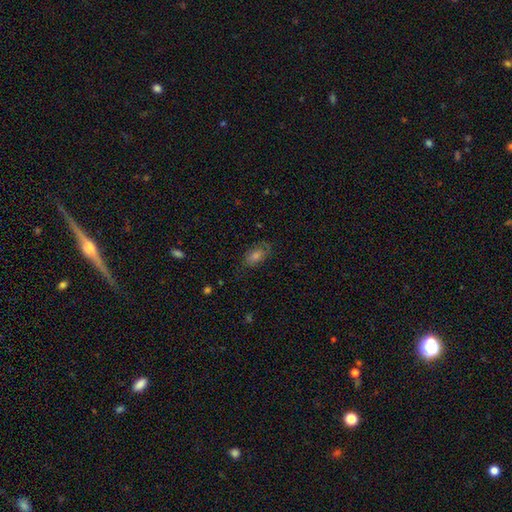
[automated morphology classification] smooth_or_featured: smooth (p=0.51) [alt: featured or disk p=0.28]
how_rounded: in between (p=0.84) [alt: round p=0.10]
merging: none (p=0.75) [alt: minor disturbance p=0.17]